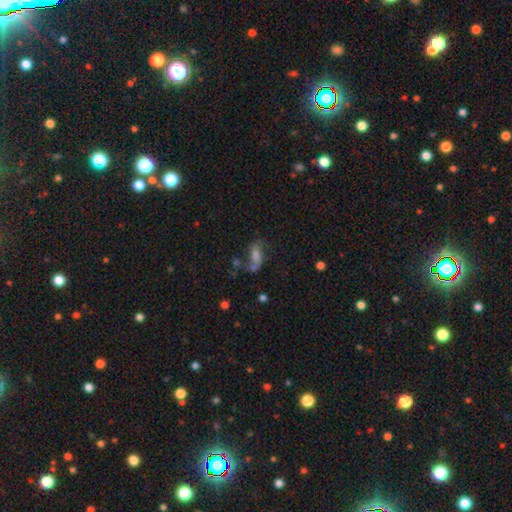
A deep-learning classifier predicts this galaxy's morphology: Q: Smooth or featured?
A: smooth (40%); tied with: featured or disk (40%)
Q: Merging?
A: none (42%); runner-up: major disturbance (21%)